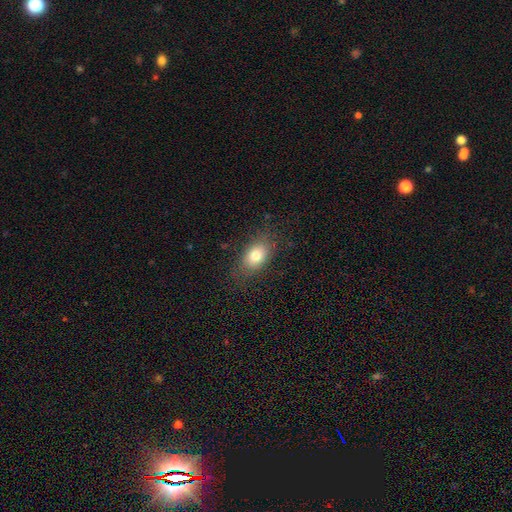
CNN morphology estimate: Smooth or featured?
  - smooth: 79% *
  - featured or disk: 12%
  - star or artifact: 9%
How rounded?
  - in between: 83% *
  - round: 15%
  - cigar-shaped: 2%
Merging?
  - none: 80% *
  - minor disturbance: 14%
  - major disturbance: 5%
  - merger: 1%